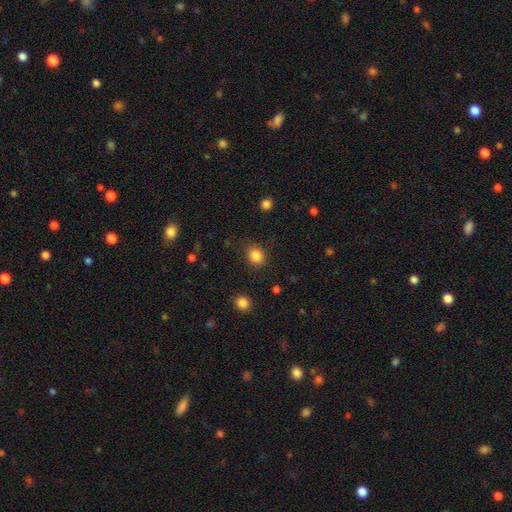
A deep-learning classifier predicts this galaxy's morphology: The model was most divided on "how rounded": round: 73%, in between: 26%, cigar-shaped: 1%. More confident: smooth or featured — smooth (85%); merging — none (84%).